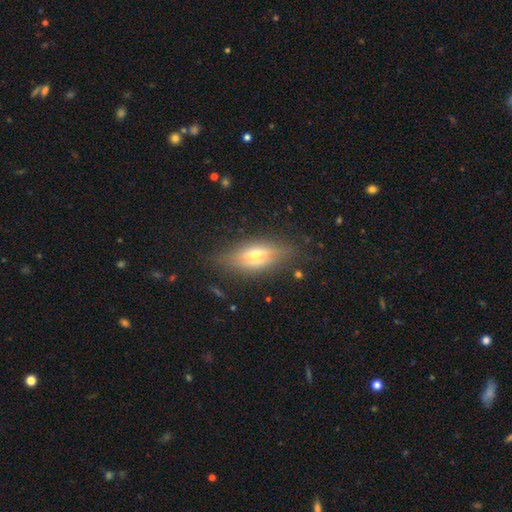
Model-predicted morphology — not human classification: The model was most divided on "smooth or featured": featured or disk: 59%, smooth: 32%, star or artifact: 9%. More confident: edge-on disk — yes (85%); merging — none (78%).